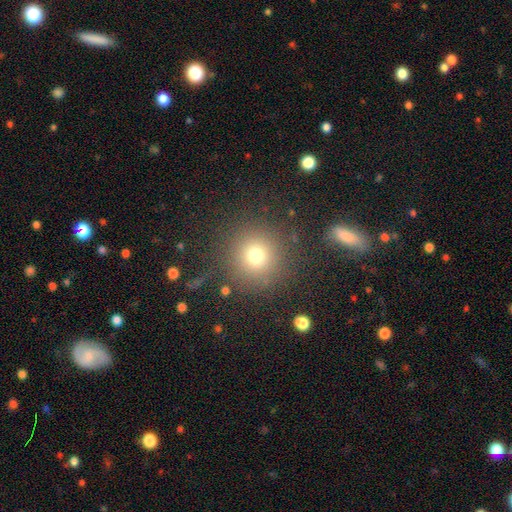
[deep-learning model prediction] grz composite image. It shows a smooth galaxy with no disk features (74%) that is round (94%). Merging: none (86%).